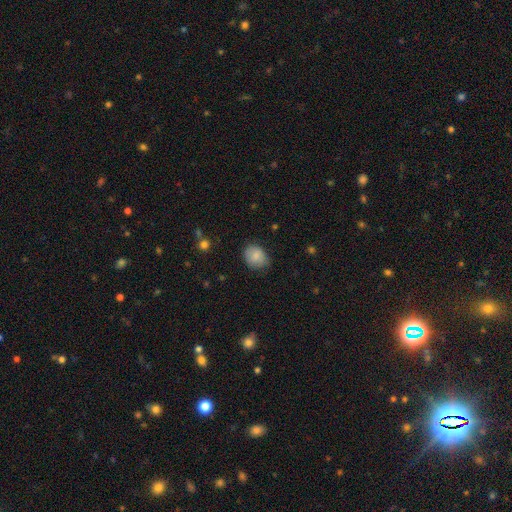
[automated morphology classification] Overall: smooth (82%). How rounded: in between (51%; round 48%). Merging: none (72%).